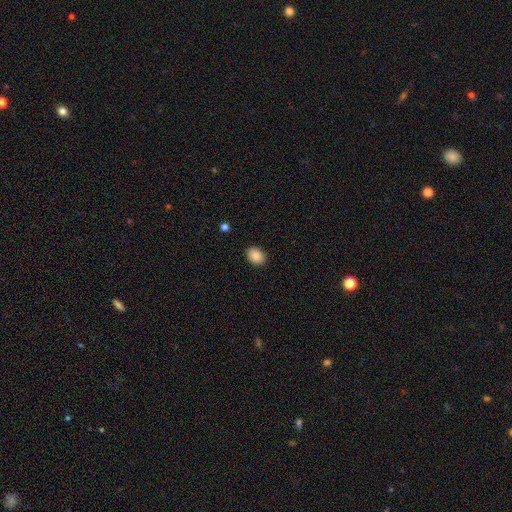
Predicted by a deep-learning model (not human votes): smooth_or_featured: smooth (p=0.89) [alt: star or artifact p=0.08]
how_rounded: in between (p=0.63) [alt: round p=0.36]
merging: none (p=0.89) [alt: minor disturbance p=0.08]